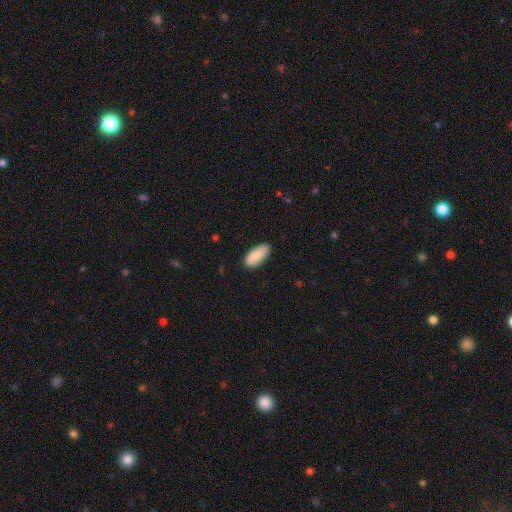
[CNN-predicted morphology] Smooth or featured? Predicted: smooth (p=0.85). How rounded? Predicted: in between (p=0.92). Merging? Predicted: none (p=0.81).